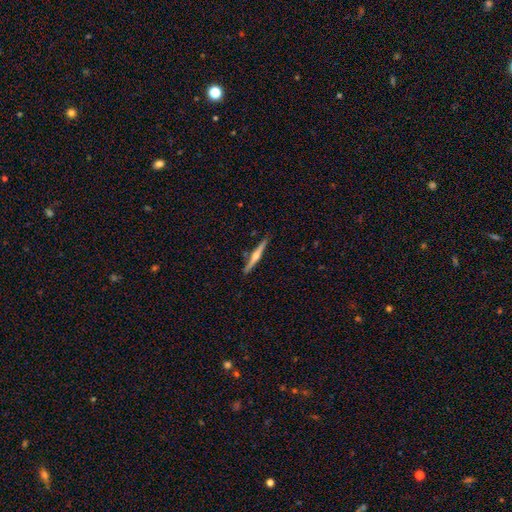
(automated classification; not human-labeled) Smooth or featured?
  - featured or disk: 72% *
  - smooth: 23%
  - star or artifact: 5%
Edge-on disk?
  - yes: 98% *
  - no: 2%
Edge-on bulge?
  - rounded: 89% *
  - none: 7%
  - boxy: 4%
Merging?
  - none: 88% *
  - minor disturbance: 8%
  - merger: 2%
  - major disturbance: 2%